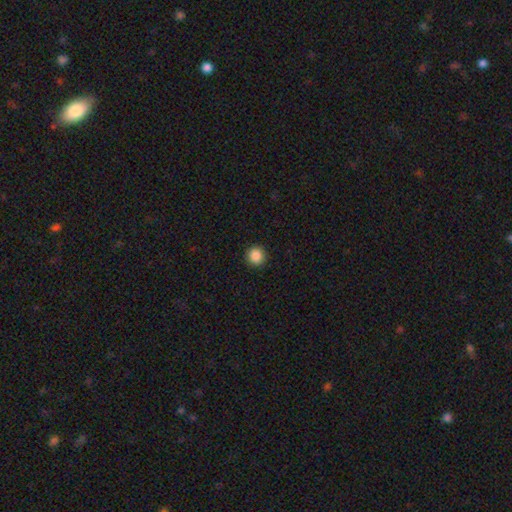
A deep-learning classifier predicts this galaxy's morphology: Q: Smooth or featured?
A: smooth (87%); runner-up: star or artifact (10%)
Q: How rounded?
A: round (95%); runner-up: in between (4%)
Q: Merging?
A: none (93%); runner-up: minor disturbance (4%)